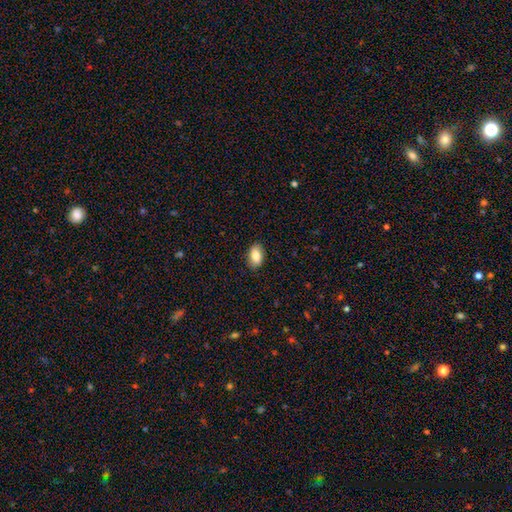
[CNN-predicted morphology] This is clearly a smooth galaxy (84%). How rounded: clearly in between (90%). Merging: clearly none (88%).